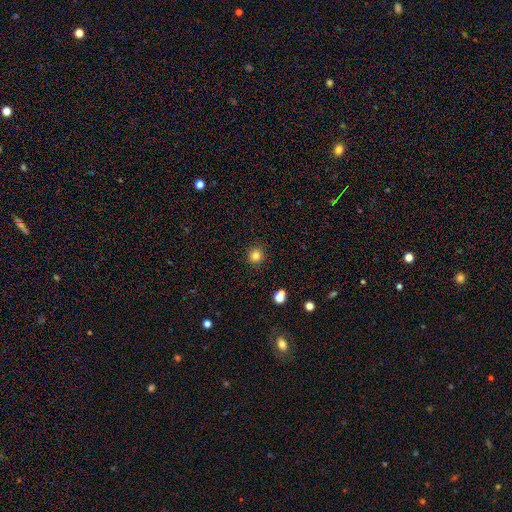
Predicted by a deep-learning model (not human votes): Smooth or featured? Predicted: smooth (p=0.82). How rounded? Predicted: round (p=0.93). Merging? Predicted: none (p=0.91).